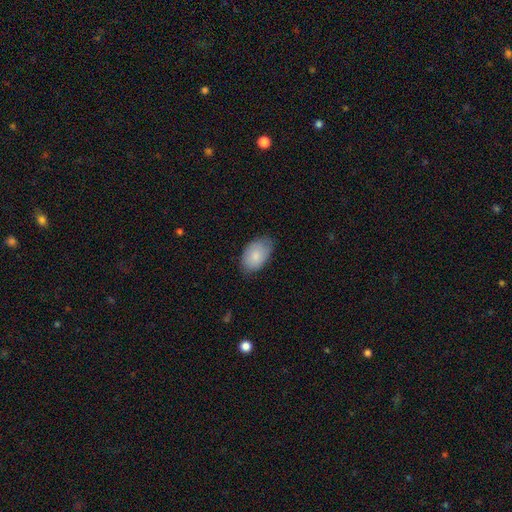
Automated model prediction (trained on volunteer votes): Smooth or featured? smooth (83%)
How rounded? in between (92%)
Merging? none (71%)